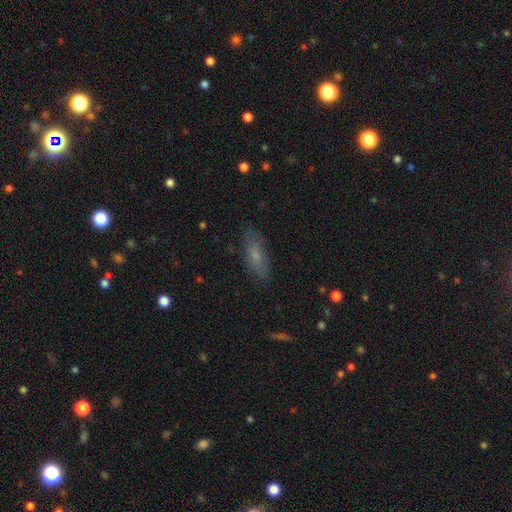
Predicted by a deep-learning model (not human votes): smooth 61%, featured or disk 29%, star or artifact 10%. Down the decision tree: how rounded — in between (64%); merging — none (81%).